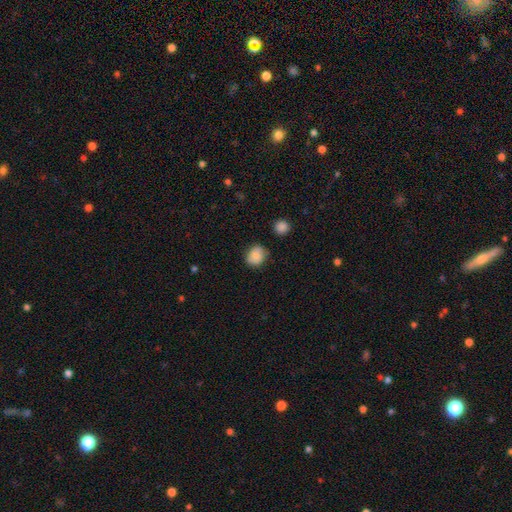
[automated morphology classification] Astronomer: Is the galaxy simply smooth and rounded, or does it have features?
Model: smooth — 82%.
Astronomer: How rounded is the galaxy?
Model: round — 60% (runner-up: in between, 39%).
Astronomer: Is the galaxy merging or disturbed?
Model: none — 74%.